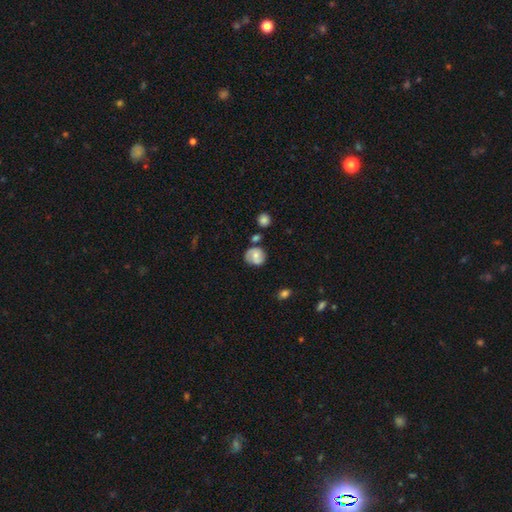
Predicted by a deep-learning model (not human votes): The model was most divided on "smooth or featured": featured or disk: 47%, smooth: 45%, star or artifact: 8%. More confident: merging — none (66%).